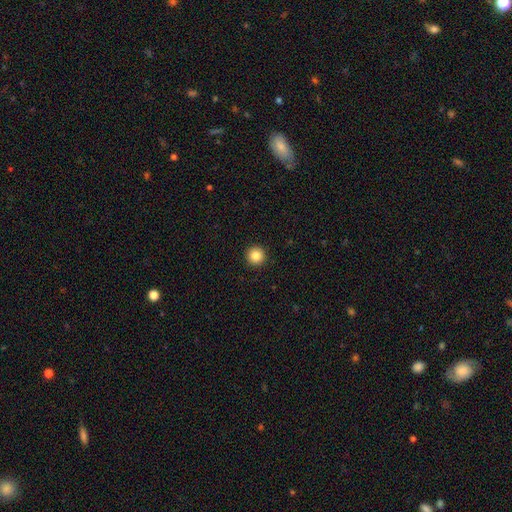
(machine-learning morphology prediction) Smooth or featured? smooth (85%)
How rounded? round (96%)
Merging? none (94%)